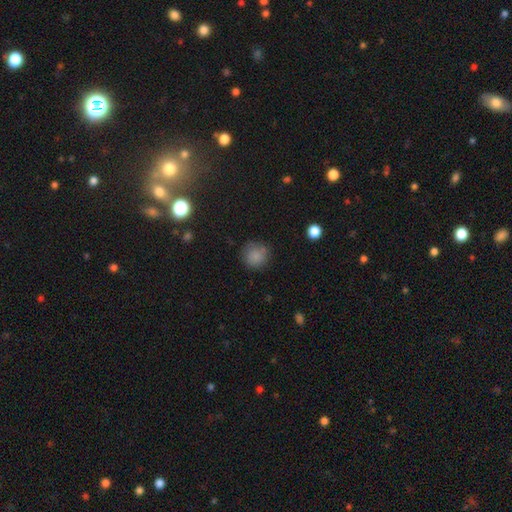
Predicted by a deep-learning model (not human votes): This appears to be a smooth galaxy with no disk features (83%) that is round (91%). Merging: none (78%).